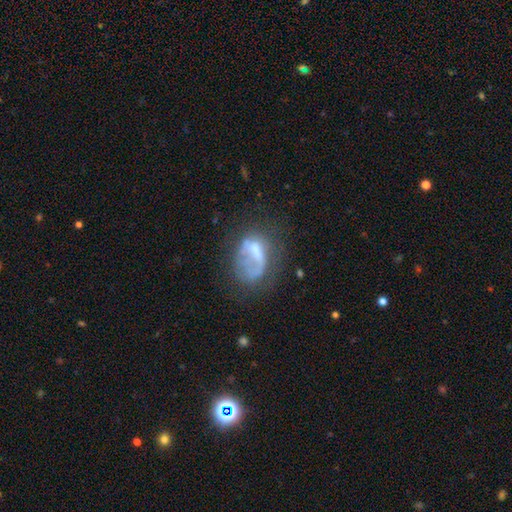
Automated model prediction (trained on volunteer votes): A featured or disk galaxy (51%).

Vote fractions:
- Smooth or featured? featured or disk: 51% / smooth: 36% / star or artifact: 13%
- Edge-on disk? no: 95% / yes: 5%
- Merging? major disturbance: 36% / none: 35% / minor disturbance: 21% / merger: 7%